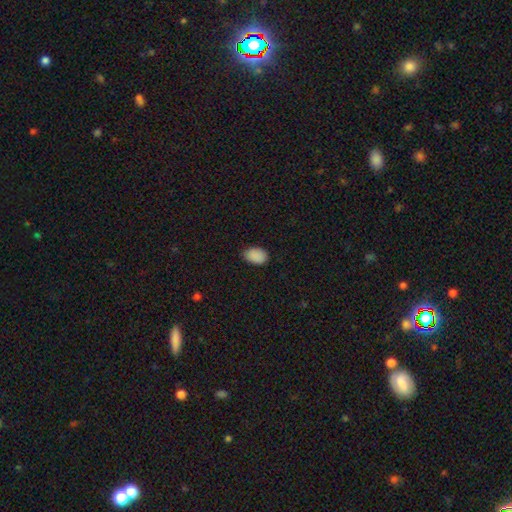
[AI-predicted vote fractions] smooth-or-featured: smooth: 89% | star or artifact: 9% | featured or disk: 3%
  how-rounded: in between: 86% | round: 13% | cigar-shaped: 1%
  merging: none: 82% | minor disturbance: 15% | major disturbance: 3% | merger: 1%